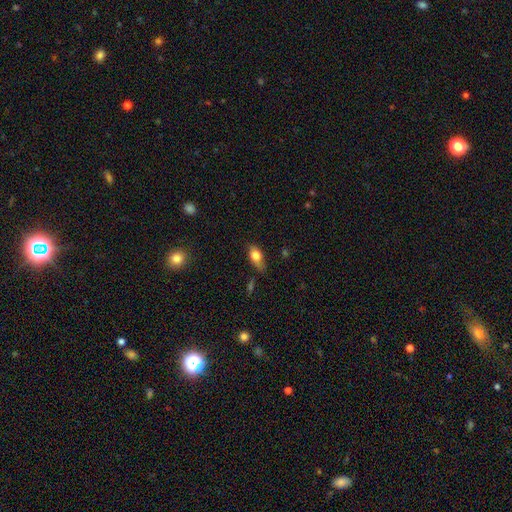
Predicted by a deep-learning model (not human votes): smooth 78%, featured or disk 15%, star or artifact 8%. Down the decision tree: how rounded — in between (85%); merging — none (58%).